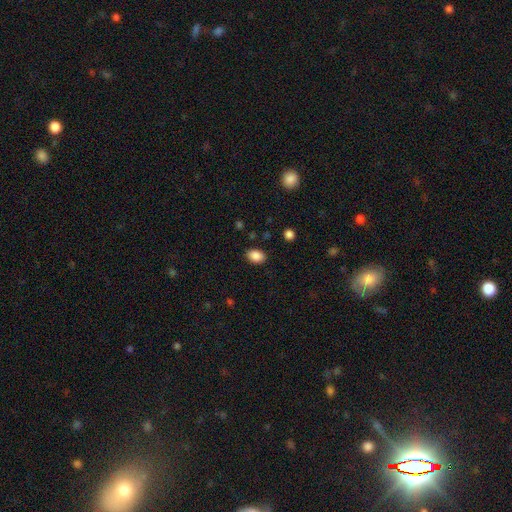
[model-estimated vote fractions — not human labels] Smooth or featured: smooth — 88% (star or artifact — 9%)
How rounded: in between — 79% (round — 20%)
Merging: none — 87% (minor disturbance — 9%)